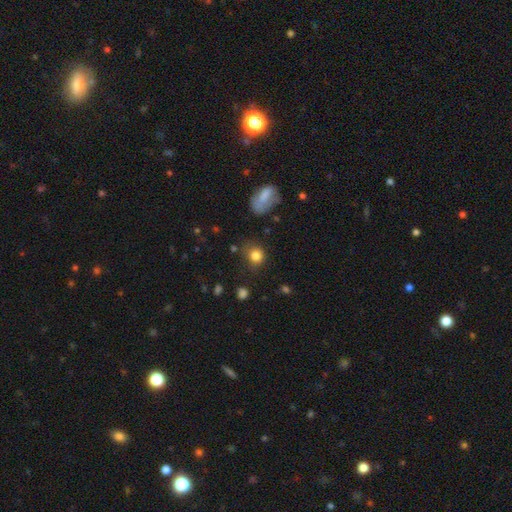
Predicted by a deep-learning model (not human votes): This is clearly a smooth galaxy (83%). How rounded: likely round (77%). Merging: likely none (68%).